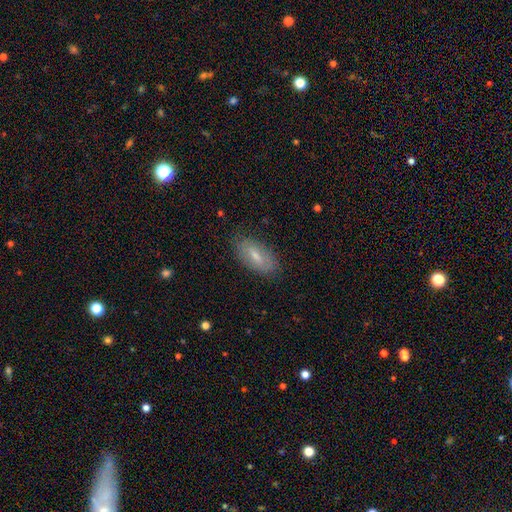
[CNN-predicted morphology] This is possibly a smooth galaxy (59%). How rounded: clearly in between (84%). Merging: clearly none (83%).